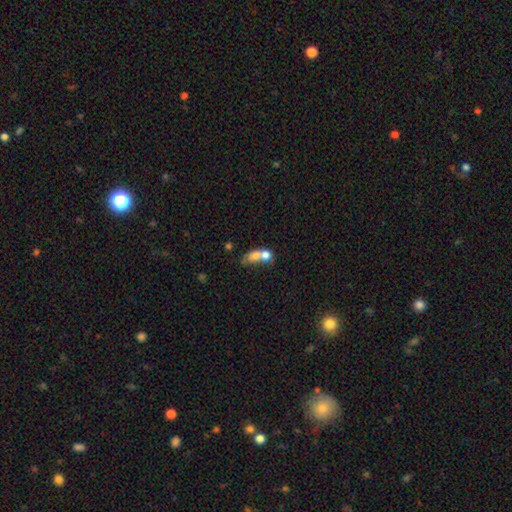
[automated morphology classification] smooth_or_featured: smooth (p=0.68) [alt: featured or disk p=0.22]
how_rounded: in between (p=0.57) [alt: round p=0.37]
merging: merger (p=0.70) [alt: none p=0.16]